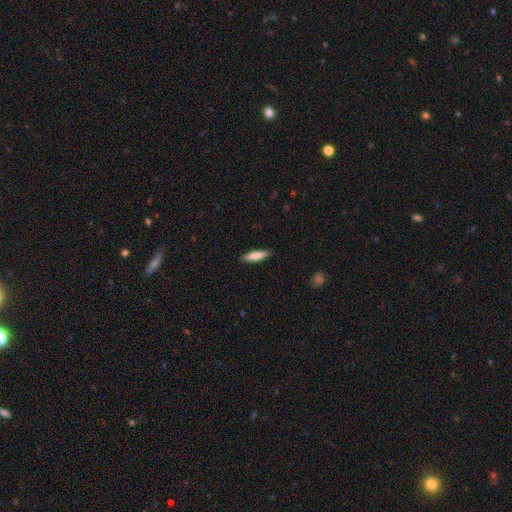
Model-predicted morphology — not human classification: This appears to be a smooth galaxy with no disk features (80%) that is cigar-shaped (71%). Merging: none (89%).